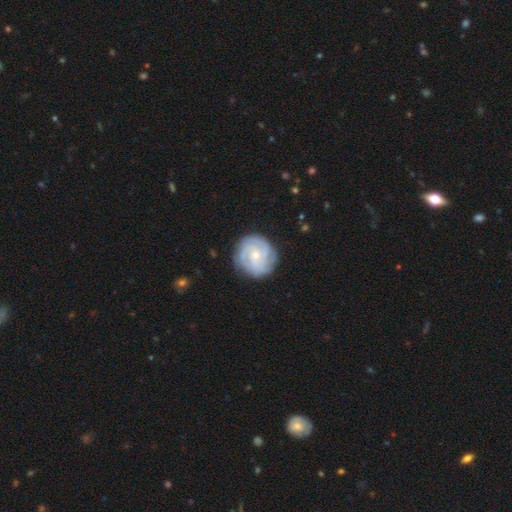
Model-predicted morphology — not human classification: A featured or disk galaxy (77%) with no bar (70%), tight (69%) spiral arms (94%) and a small central bulge (67%).

Vote fractions:
- Smooth or featured? featured or disk: 77% / smooth: 17% / star or artifact: 6%
- Edge-on disk? no: 98% / yes: 2%
- Bar? no: 70% / weak: 26% / strong: 4%
- Spiral arms? yes: 94% / no: 6%
- Spiral winding? tight: 69% / medium: 25% / loose: 6%
- Spiral arm count? can't tell: 30% / 3: 23% / 4: 22% / 2: 12% / more than 4: 7% / 1: 6%
- Bulge size? small: 67% / moderate: 29% / none: 2% / large: 1% / dominant: 1%
- Merging? none: 82% / minor disturbance: 13% / major disturbance: 4% / merger: 1%